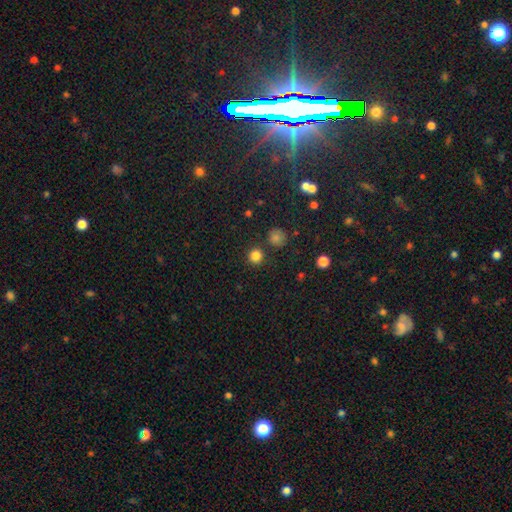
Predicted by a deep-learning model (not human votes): The model was most divided on "smooth or featured": smooth: 82%, star or artifact: 14%, featured or disk: 4%. More confident: how rounded — round (93%); merging — none (86%).